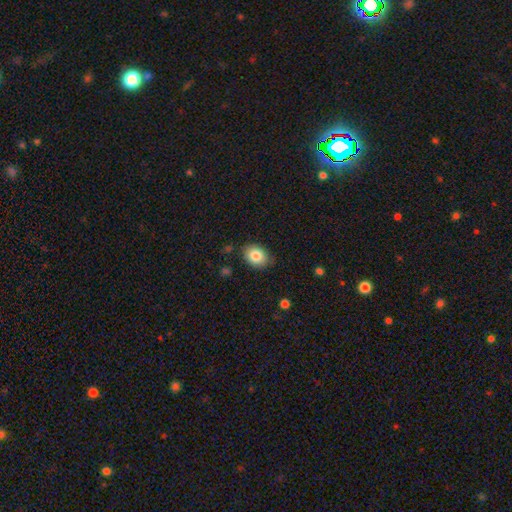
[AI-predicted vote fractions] smooth_or_featured: smooth (p=0.84) [alt: star or artifact p=0.08]
how_rounded: in between (p=0.61) [alt: round p=0.38]
merging: none (p=0.82) [alt: minor disturbance p=0.14]